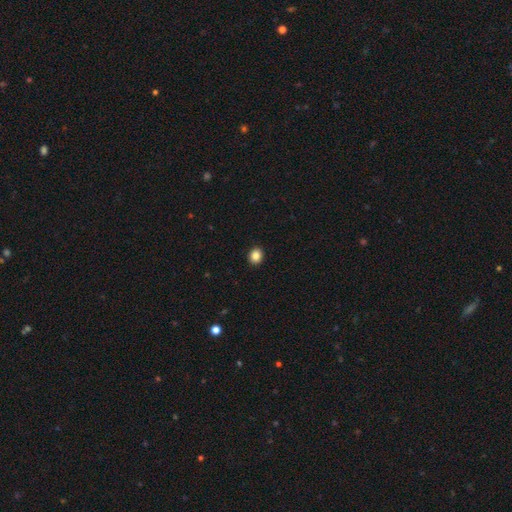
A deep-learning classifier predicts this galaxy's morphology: This appears to be a smooth galaxy with no disk features (86%) that is round (66%). Merging: none (92%).